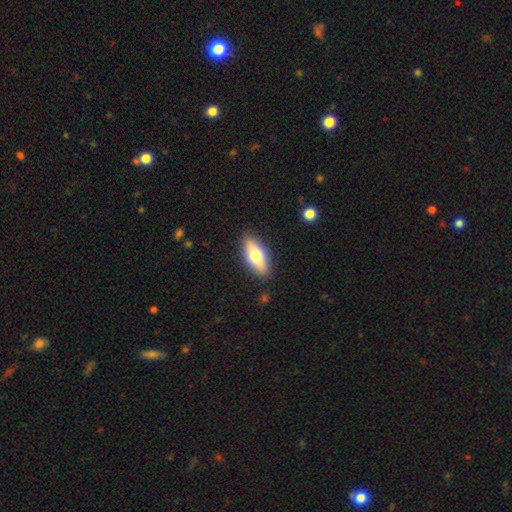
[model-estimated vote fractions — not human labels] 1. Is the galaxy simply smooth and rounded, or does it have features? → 68% smooth, 26% featured or disk, 6% star or artifact.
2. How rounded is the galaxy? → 80% in between, 17% cigar-shaped, 3% round.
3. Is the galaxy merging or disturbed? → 87% none, 9% minor disturbance, 2% major disturbance, 1% merger.